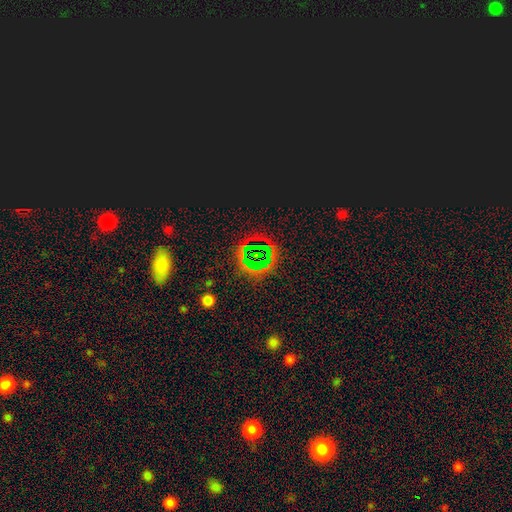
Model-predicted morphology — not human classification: star or artifact 74%, smooth 15%, featured or disk 11%.